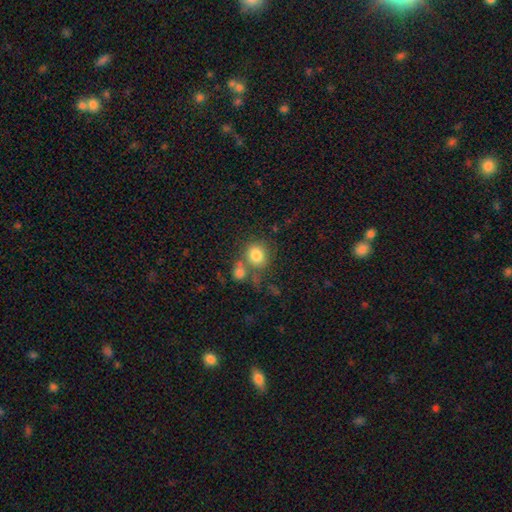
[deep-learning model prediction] Smooth or featured: smooth — 81% (star or artifact — 9%)
How rounded: round — 72% (in between — 27%)
Merging: none — 47% (merger — 32%)